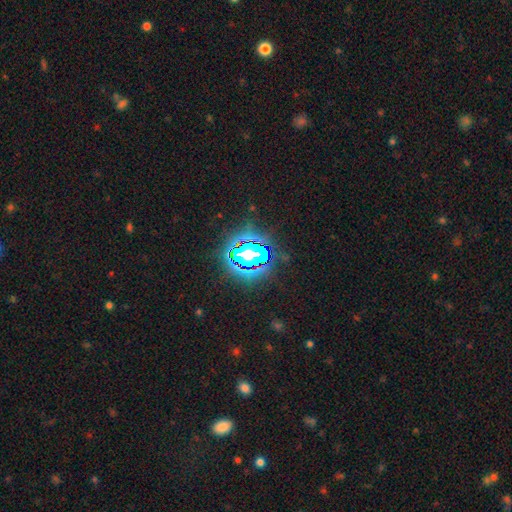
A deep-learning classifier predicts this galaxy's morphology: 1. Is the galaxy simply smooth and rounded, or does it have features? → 79% star or artifact, 13% smooth, 7% featured or disk.